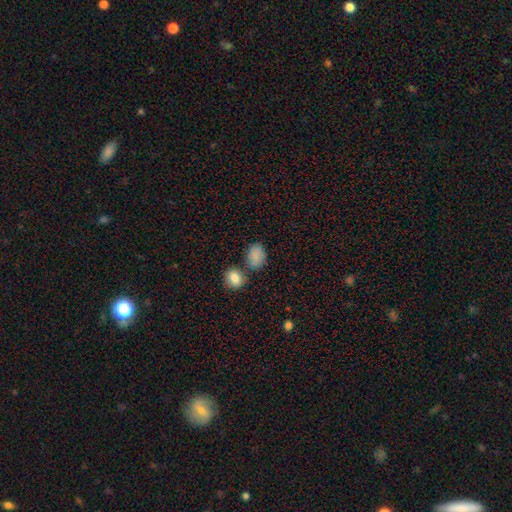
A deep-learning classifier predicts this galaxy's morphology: Smooth or featured: smooth — 85% (star or artifact — 10%)
How rounded: in between — 73% (round — 26%)
Merging: none — 64% (minor disturbance — 17%)